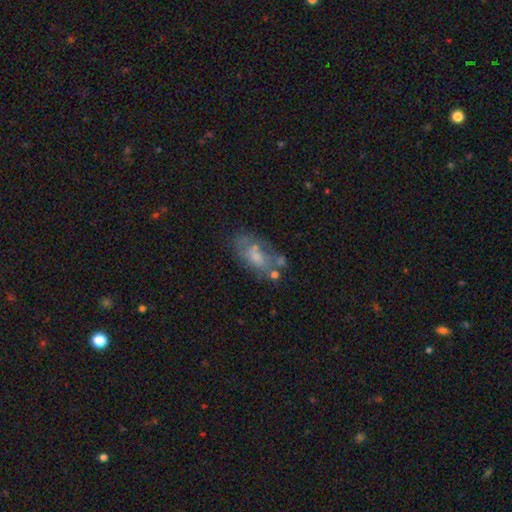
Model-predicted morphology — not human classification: type=smooth (47%); merging=none (46%).